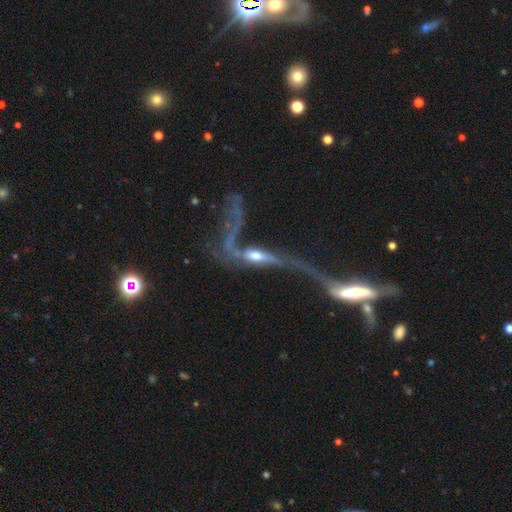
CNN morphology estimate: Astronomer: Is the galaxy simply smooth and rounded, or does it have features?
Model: featured or disk — 72%.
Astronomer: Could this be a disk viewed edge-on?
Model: no — 59% (runner-up: yes, 41%).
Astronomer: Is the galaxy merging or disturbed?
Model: major disturbance — 39% (runner-up: merger, 35%).